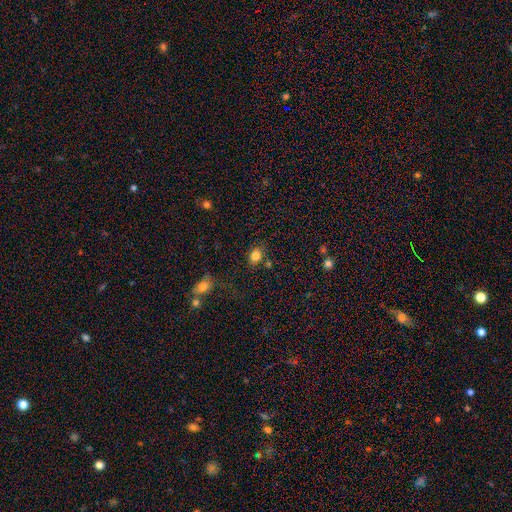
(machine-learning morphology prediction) The model was most divided on "how rounded": round: 56%, in between: 43%, cigar-shaped: 1%. More confident: smooth or featured — smooth (81%); merging — none (78%).